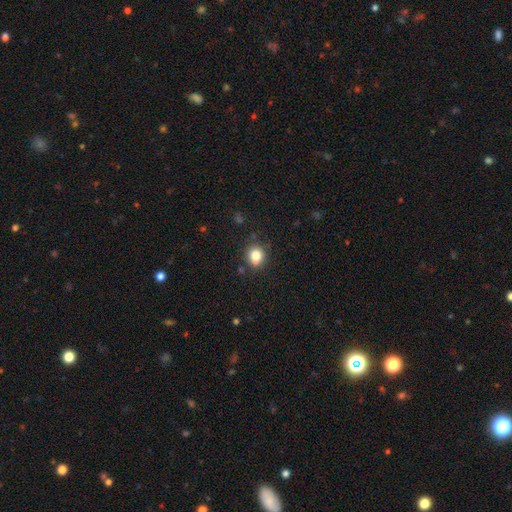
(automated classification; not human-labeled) Smooth or featured? Predicted: smooth (p=0.81). How rounded? Predicted: round (p=0.75). Merging? Predicted: none (p=0.77).